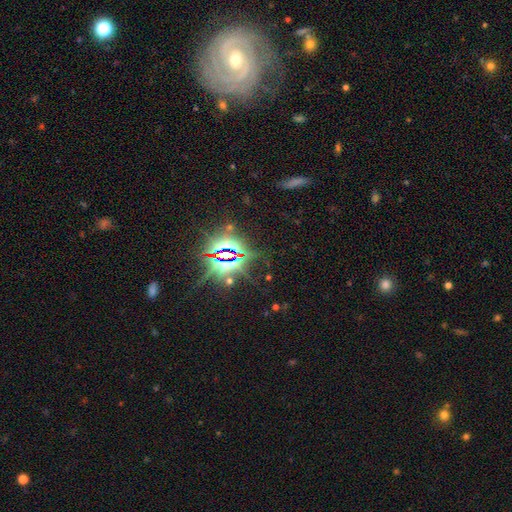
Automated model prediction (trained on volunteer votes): A star or artifact, not a galaxy (81%).

Vote fractions:
- Smooth or featured? star or artifact: 81% / featured or disk: 9% / smooth: 9%